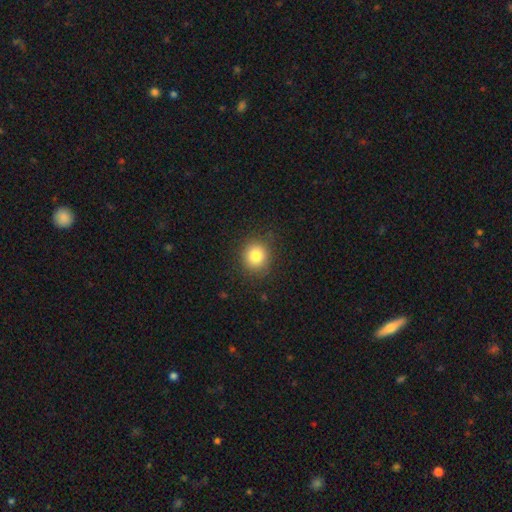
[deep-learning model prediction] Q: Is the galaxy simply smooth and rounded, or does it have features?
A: smooth — 83%.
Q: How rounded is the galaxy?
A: round — 87%.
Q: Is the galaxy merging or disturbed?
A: none — 88%.